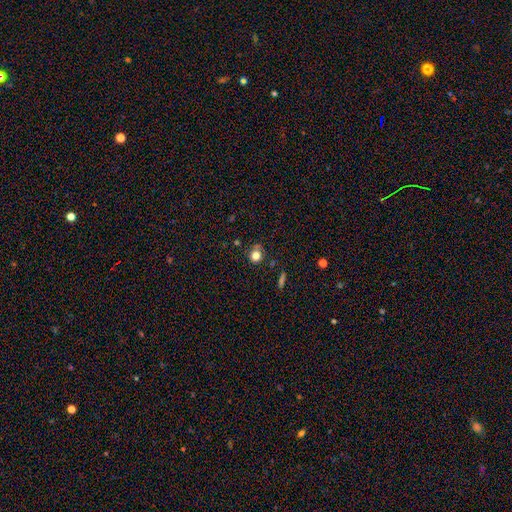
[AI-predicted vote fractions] A smooth galaxy with no disk features (77%) that is round (86%).

Vote fractions:
- Smooth or featured? smooth: 77% / star or artifact: 15% / featured or disk: 8%
- How rounded? round: 86% / in between: 13% / cigar-shaped: 1%
- Merging? none: 73% / minor disturbance: 15% / merger: 6% / major disturbance: 6%